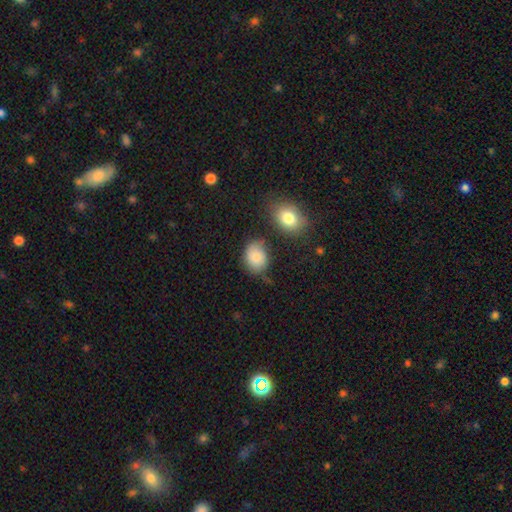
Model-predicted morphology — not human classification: Smooth or featured: smooth — 82% (featured or disk — 9%)
How rounded: in between — 58% (round — 41%)
Merging: none — 65% (minor disturbance — 22%)